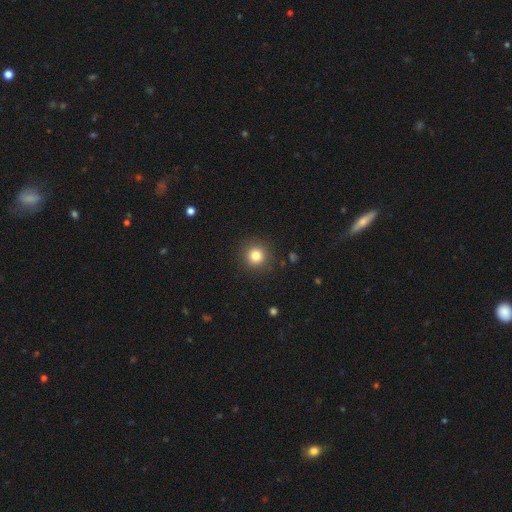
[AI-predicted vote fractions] Smooth or featured: smooth — 81% (star or artifact — 12%)
How rounded: round — 94% (in between — 5%)
Merging: none — 90% (minor disturbance — 6%)